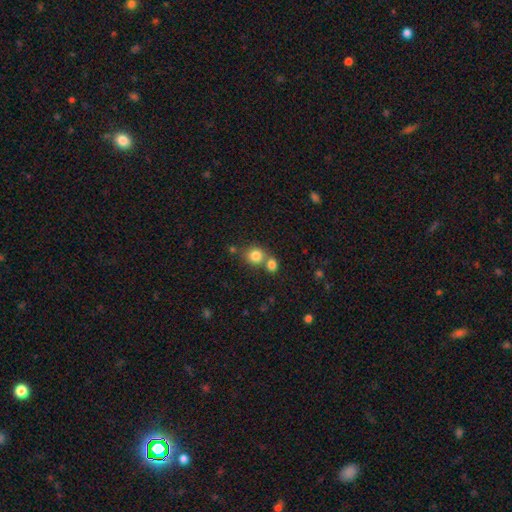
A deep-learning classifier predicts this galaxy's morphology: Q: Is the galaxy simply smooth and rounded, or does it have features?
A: smooth — 82%.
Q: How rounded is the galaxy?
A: round — 81%.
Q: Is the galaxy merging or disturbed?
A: none — 52%.